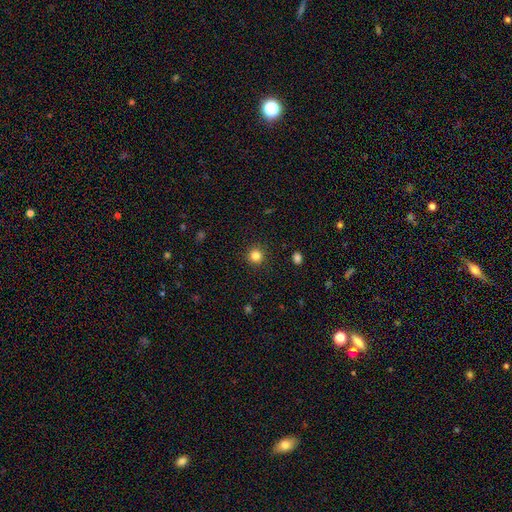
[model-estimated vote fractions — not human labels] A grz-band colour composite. It shows a smooth galaxy with no disk features (83%) that is round (95%). Merging: none (92%).